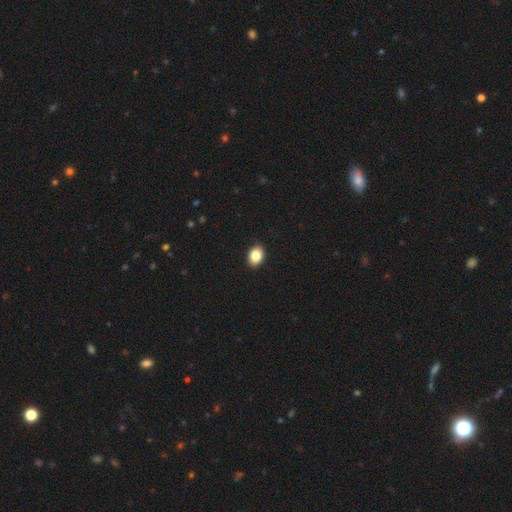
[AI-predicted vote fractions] This appears to be a smooth galaxy with no disk features (85%) that is in between round and cigar-shaped (73%). Merging: none (91%).